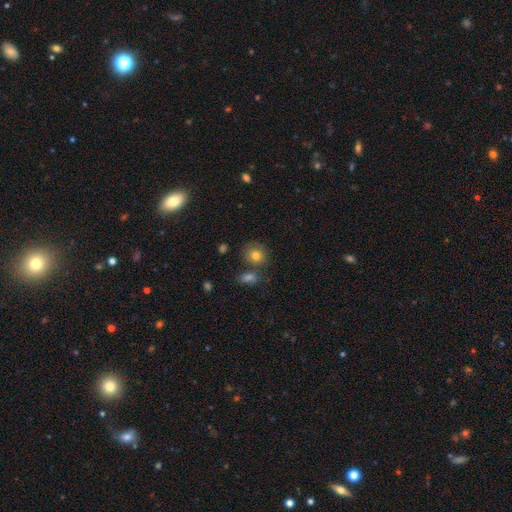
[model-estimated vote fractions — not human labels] smooth-or-featured: smooth: 78% | star or artifact: 11% | featured or disk: 11%
  how-rounded: round: 77% | in between: 22% | cigar-shaped: 1%
  merging: none: 68% | merger: 14% | minor disturbance: 14% | major disturbance: 5%